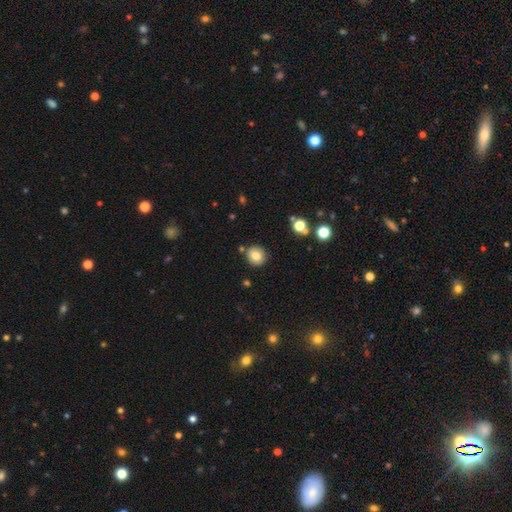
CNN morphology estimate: Overall: smooth (79%). How rounded: round (89%). Merging: none (85%).